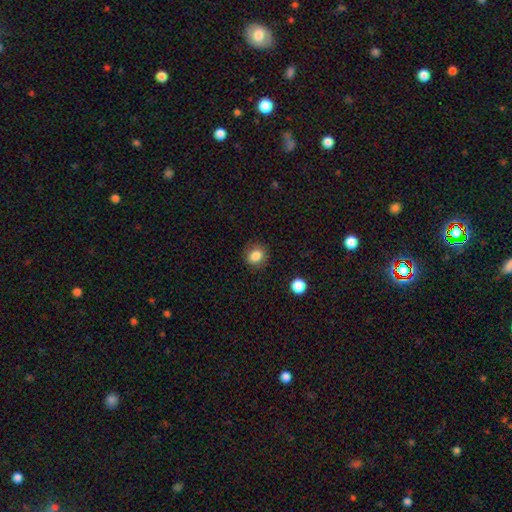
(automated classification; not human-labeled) Morphology: type=smooth (85%); roundness=round (78%); merging=none (87%).